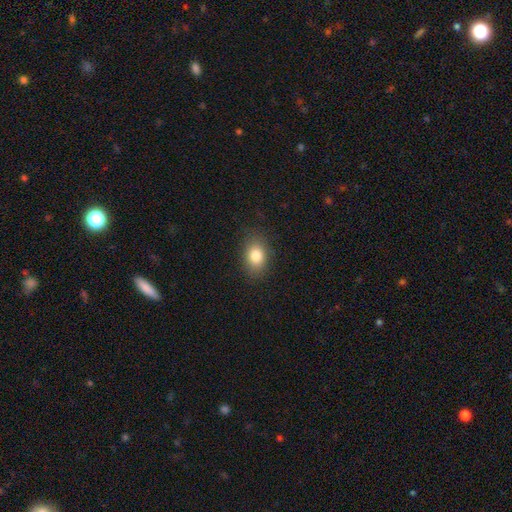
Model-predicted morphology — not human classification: smooth-or-featured: smooth: 81% | star or artifact: 10% | featured or disk: 9%
  how-rounded: in between: 75% | round: 23% | cigar-shaped: 1%
  merging: none: 84% | minor disturbance: 11% | major disturbance: 3% | merger: 1%